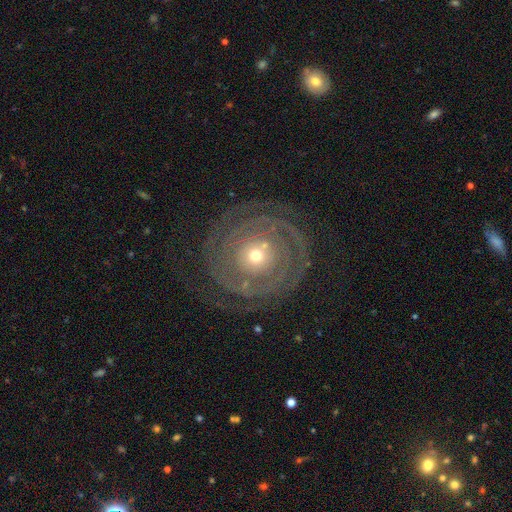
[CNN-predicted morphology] Smooth or featured: featured or disk — 80% (smooth — 14%)
Edge-on disk: no — 97% (yes — 3%)
Bar: no — 86% (weak — 10%)
Spiral arms: yes — 81% (no — 19%)
Spiral winding: tight — 78% (medium — 15%)
Spiral arm count: can't tell — 33% (2 — 28%)
Bulge size: small — 54% (moderate — 39%)
Merging: none — 75% (minor disturbance — 12%)